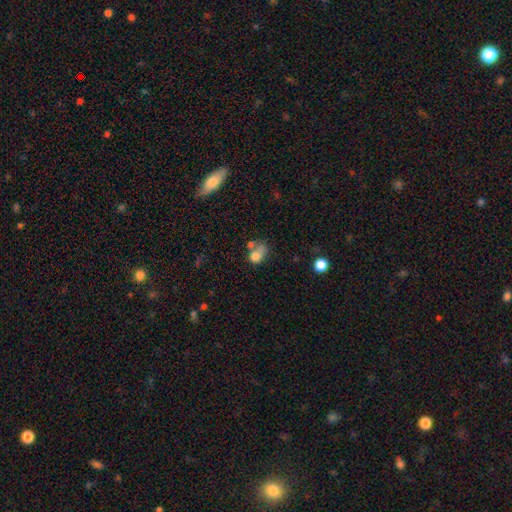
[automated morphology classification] smooth 73%, featured or disk 16%, star or artifact 12%. Down the decision tree: how rounded — in between (56%); merging — merger (39%).